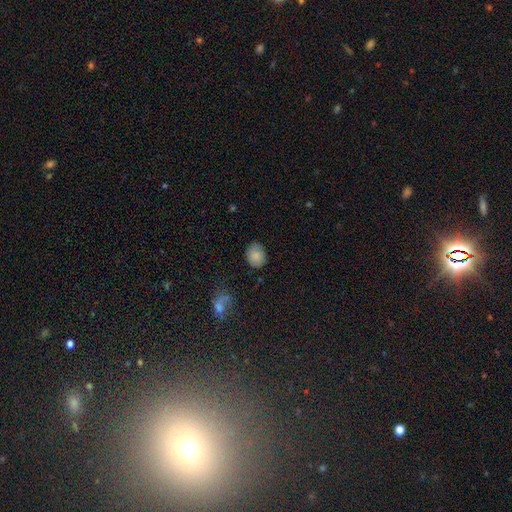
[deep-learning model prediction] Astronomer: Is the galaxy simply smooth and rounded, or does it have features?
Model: smooth — 84%.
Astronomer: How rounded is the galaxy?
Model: in between — 54% (runner-up: round, 45%).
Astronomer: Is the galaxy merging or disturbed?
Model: none — 81%.